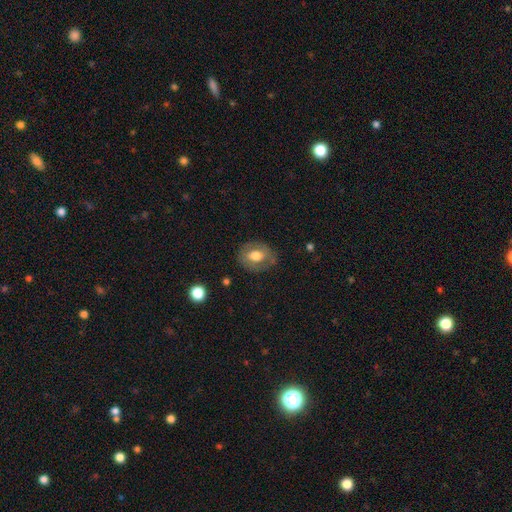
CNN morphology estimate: smooth-or-featured: smooth: 60% | featured or disk: 32% | star or artifact: 8%
  how-rounded: round: 50% | in between: 48% | cigar-shaped: 1%
  merging: none: 76% | minor disturbance: 17% | major disturbance: 6% | merger: 2%